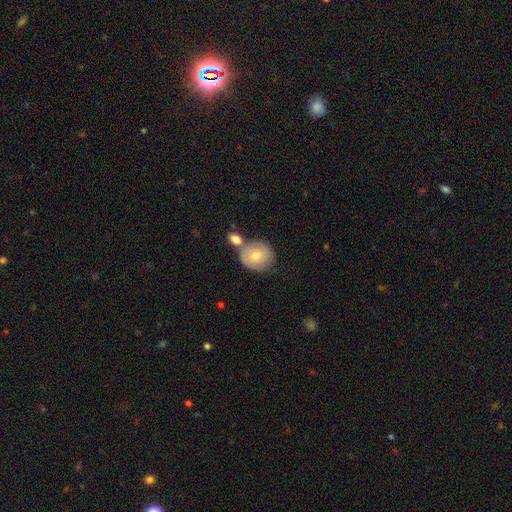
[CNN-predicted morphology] Overall: smooth (56%; featured or disk 38%). How rounded: round (76%). Merging: none (48%; merger 31%).